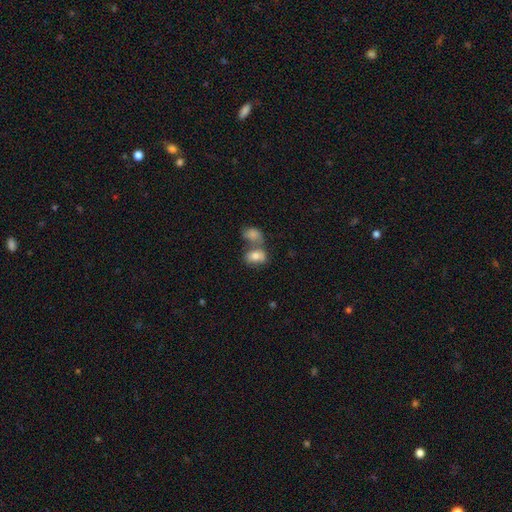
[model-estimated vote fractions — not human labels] Morphology: type=smooth (76%); roundness=in between (76%); merging=merger (53%).